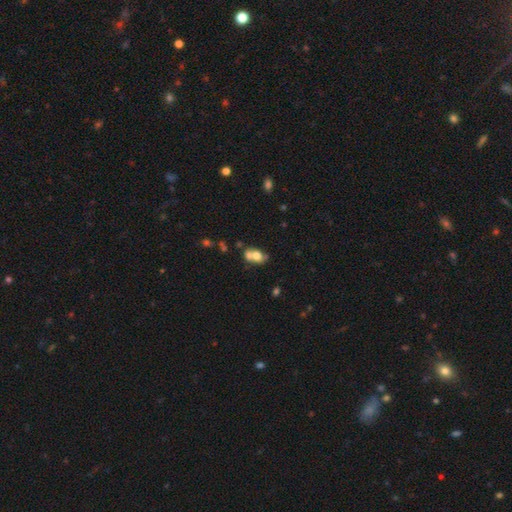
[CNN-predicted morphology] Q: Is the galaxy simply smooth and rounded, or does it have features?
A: smooth — 65%.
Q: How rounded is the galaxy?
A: in between — 60%.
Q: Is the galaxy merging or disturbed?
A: merger — 55%.